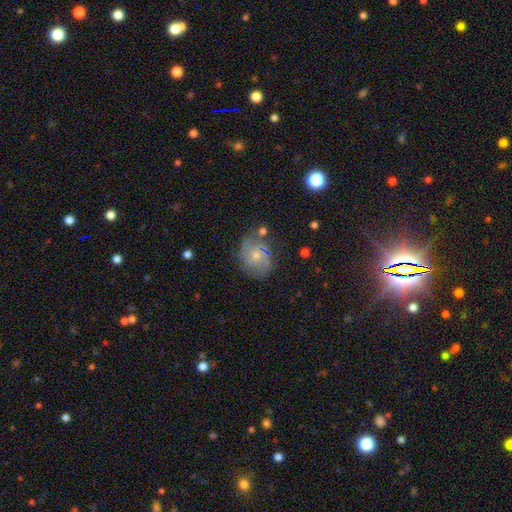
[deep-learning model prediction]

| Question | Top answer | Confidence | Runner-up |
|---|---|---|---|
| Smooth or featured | featured or disk | 56% | smooth (30%) |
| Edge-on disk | no | 97% | yes (3%) |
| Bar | no | 75% | weak (21%) |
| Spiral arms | yes | 76% | no (24%) |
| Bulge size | small | 47% | moderate (46%) |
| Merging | none | 68% | minor disturbance (20%) |